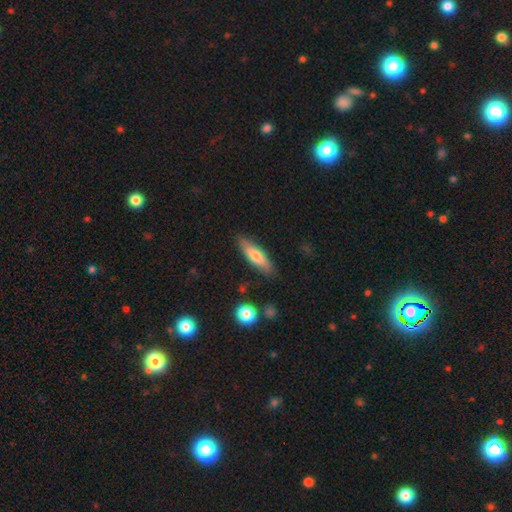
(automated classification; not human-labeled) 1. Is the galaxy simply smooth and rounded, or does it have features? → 66% smooth, 28% featured or disk, 6% star or artifact.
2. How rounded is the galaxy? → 63% cigar-shaped, 35% in between, 2% round.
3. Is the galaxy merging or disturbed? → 84% none, 12% minor disturbance, 2% major disturbance, 2% merger.